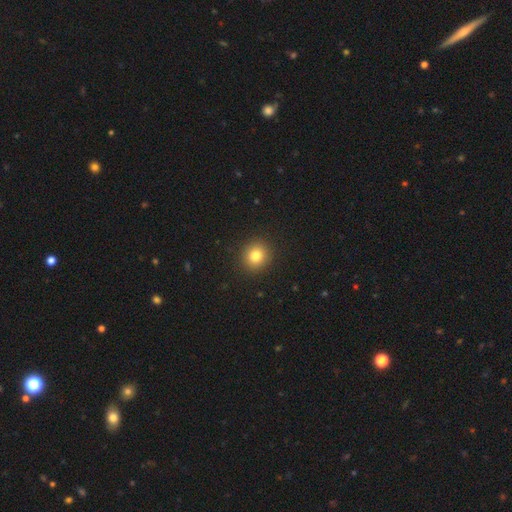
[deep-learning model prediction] smooth 82%, star or artifact 11%, featured or disk 7%. Down the decision tree: how rounded — round (86%); merging — none (92%).